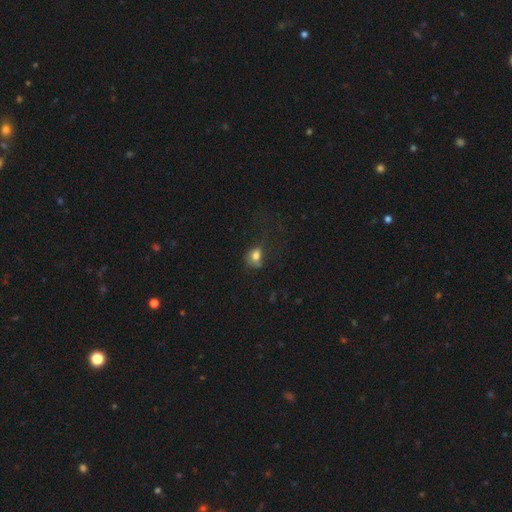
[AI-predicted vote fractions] Morphology: type=smooth (76%); roundness=round (51%); merging=none (42%).